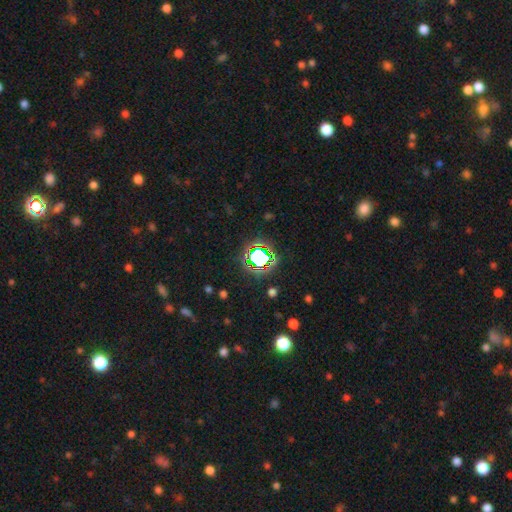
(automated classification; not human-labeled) smooth_or_featured: star or artifact (p=0.71) [alt: smooth p=0.19]